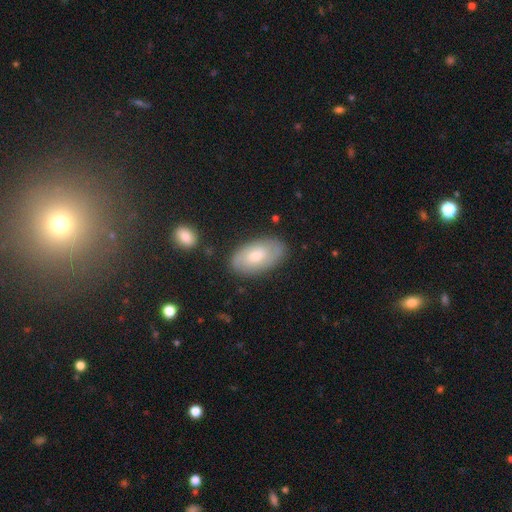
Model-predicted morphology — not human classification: A smooth galaxy with no disk features (55%) that is in between round and cigar-shaped (94%).

Vote fractions:
- Smooth or featured? smooth: 55% / featured or disk: 39% / star or artifact: 6%
- How rounded? in between: 94% / round: 4% / cigar-shaped: 2%
- Merging? none: 81% / minor disturbance: 14% / major disturbance: 3% / merger: 2%